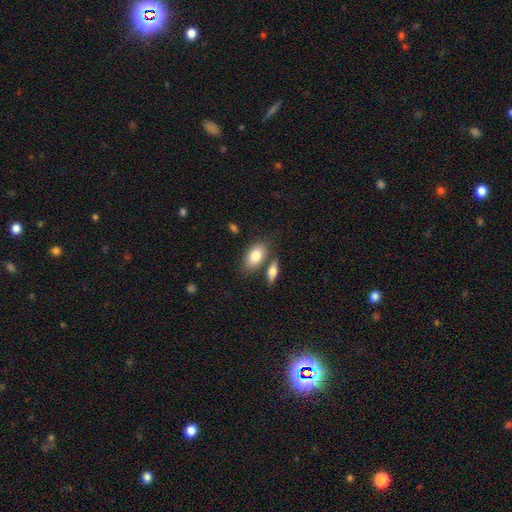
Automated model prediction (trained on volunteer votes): This is clearly a smooth galaxy (82%). How rounded: clearly in between (91%). Merging: likely none (65%).